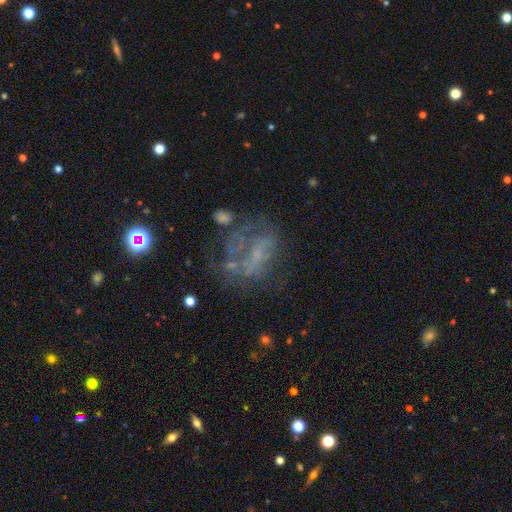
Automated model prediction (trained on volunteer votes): Smooth or featured: featured or disk — 53% (star or artifact — 25%)
Edge-on disk: no — 97% (yes — 3%)
Bar: no — 77% (weak — 17%)
Spiral arms: no — 76% (yes — 24%)
Bulge size: none — 63% (small — 26%)
Merging: none — 39% (major disturbance — 35%)